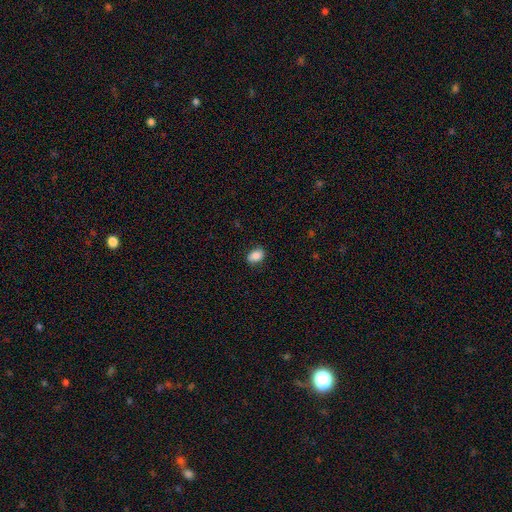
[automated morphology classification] A smooth galaxy with no disk features (84%) that is in between round and cigar-shaped (73%).

Vote fractions:
- Smooth or featured? smooth: 84% / star or artifact: 8% / featured or disk: 8%
- How rounded? in between: 73% / round: 26% / cigar-shaped: 1%
- Merging? none: 81% / minor disturbance: 15% / major disturbance: 3% / merger: 1%